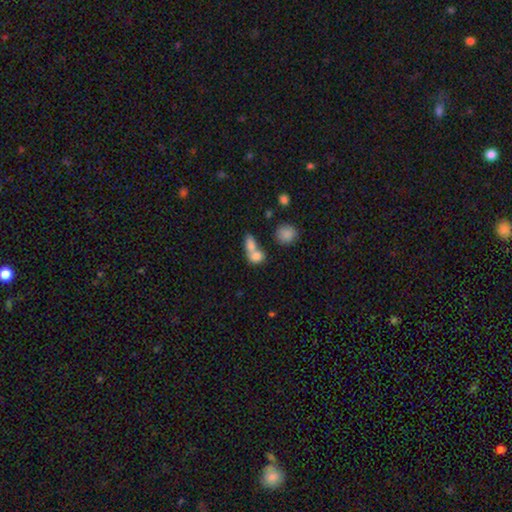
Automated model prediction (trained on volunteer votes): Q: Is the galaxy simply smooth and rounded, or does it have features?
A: smooth — 78%.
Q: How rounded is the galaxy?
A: in between — 63%.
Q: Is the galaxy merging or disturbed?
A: merger — 67%.